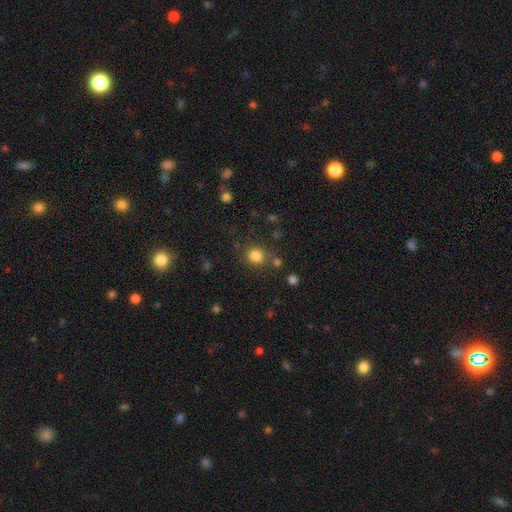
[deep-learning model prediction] smooth-or-featured: smooth: 82% | star or artifact: 13% | featured or disk: 5%
  how-rounded: round: 88% | in between: 11% | cigar-shaped: 1%
  merging: none: 78% | minor disturbance: 10% | merger: 8% | major disturbance: 4%